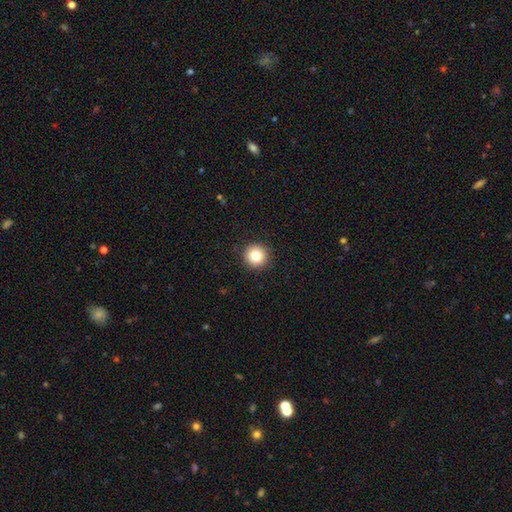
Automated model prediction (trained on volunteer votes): This appears to be a smooth galaxy with no disk features (82%) that is round (95%). Merging: none (92%).